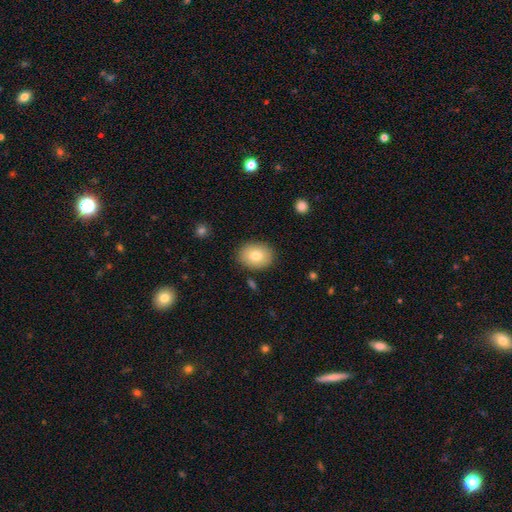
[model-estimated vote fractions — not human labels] smooth-or-featured: smooth: 78% | featured or disk: 14% | star or artifact: 8%
  how-rounded: in between: 59% | round: 41% | cigar-shaped: 1%
  merging: none: 86% | minor disturbance: 10% | major disturbance: 2% | merger: 2%